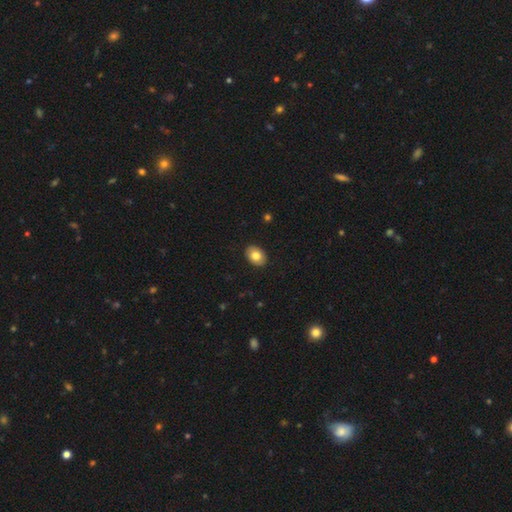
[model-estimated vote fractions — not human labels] This is clearly a smooth galaxy (82%). How rounded: likely in between (78%). Merging: clearly none (91%).